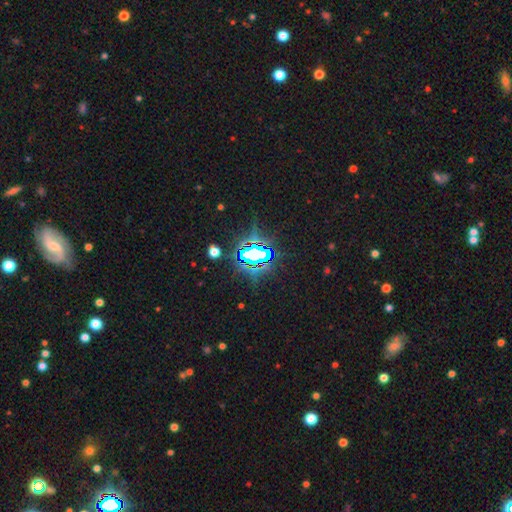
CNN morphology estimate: star or artifact 77%, smooth 12%, featured or disk 11%.